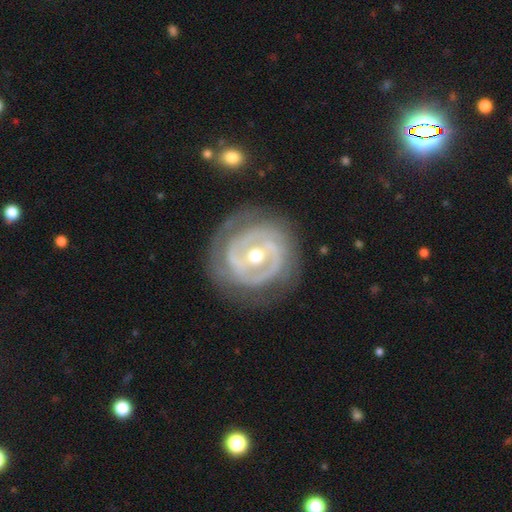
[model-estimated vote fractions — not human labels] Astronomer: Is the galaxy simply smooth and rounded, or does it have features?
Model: featured or disk — 86%.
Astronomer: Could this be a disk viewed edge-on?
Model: no — 97%.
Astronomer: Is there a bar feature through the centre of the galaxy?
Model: no — 37%, tied with weak at 37%.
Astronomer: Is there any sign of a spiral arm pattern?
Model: yes — 88%.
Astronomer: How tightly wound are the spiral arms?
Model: tight — 67%.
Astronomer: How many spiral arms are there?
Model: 2 — 45% (runner-up: can't tell, 24%).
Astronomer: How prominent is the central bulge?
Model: moderate — 57% (runner-up: small, 39%).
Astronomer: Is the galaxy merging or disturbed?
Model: none — 71%.